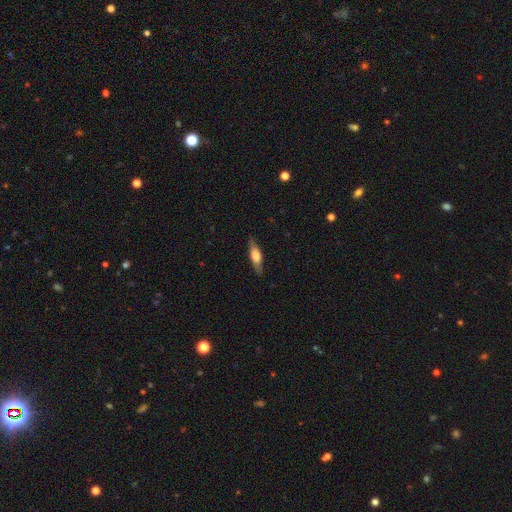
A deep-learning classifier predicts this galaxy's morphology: Smooth or featured?
  - featured or disk: 49% *
  - smooth: 45%
  - star or artifact: 6%
Merging?
  - none: 84% *
  - minor disturbance: 12%
  - major disturbance: 3%
  - merger: 1%